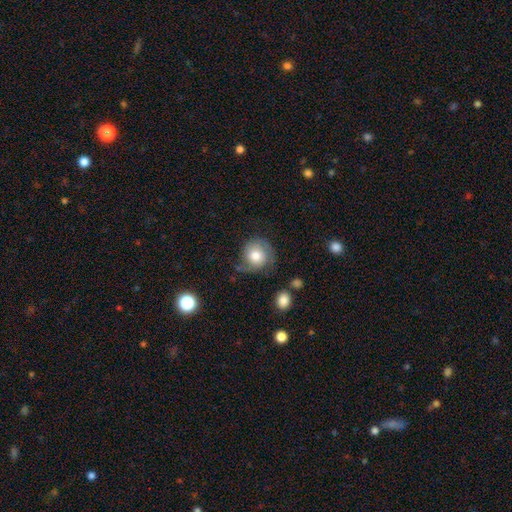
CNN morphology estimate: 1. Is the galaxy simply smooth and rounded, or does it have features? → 64% smooth, 28% featured or disk, 8% star or artifact.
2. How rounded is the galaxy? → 87% round, 12% in between, 1% cigar-shaped.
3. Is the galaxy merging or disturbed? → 56% none, 26% minor disturbance, 15% major disturbance, 3% merger.